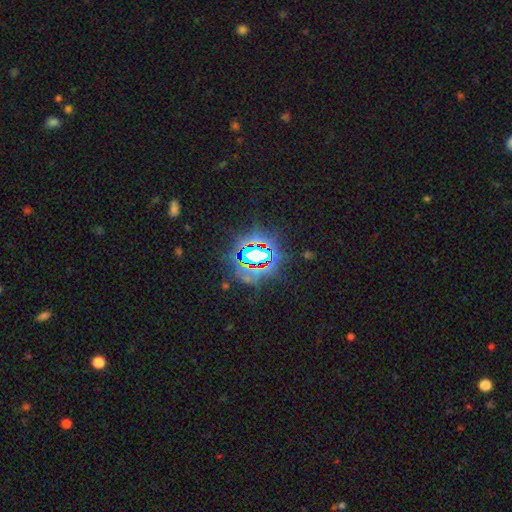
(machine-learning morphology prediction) Smooth or featured? star or artifact (77%)